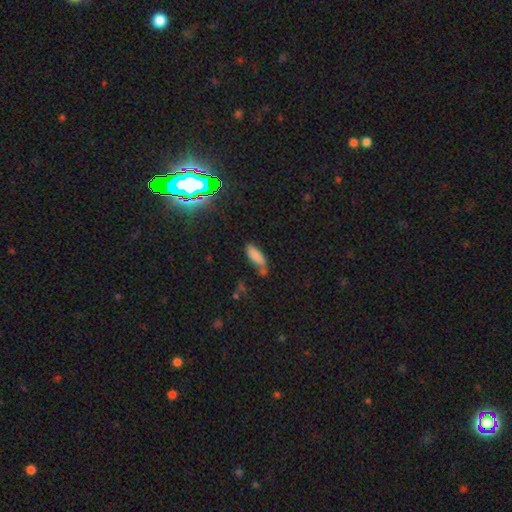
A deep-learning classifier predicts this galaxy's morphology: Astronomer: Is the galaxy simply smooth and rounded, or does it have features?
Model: smooth — 80%.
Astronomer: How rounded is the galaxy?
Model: in between — 67%.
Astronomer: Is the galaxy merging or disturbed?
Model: none — 46% (runner-up: minor disturbance, 27%).